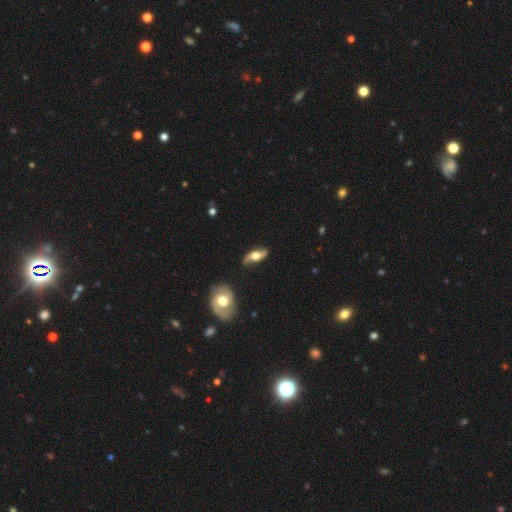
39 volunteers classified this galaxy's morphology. Smooth or featured: featured or disk — 82% (smooth — 13%)
Edge-on disk: no — 84% (yes — 16%)
Bar: no — 74% (weak — 19%)
Spiral arms: yes — 96% (no — 4%)
Spiral winding: loose — 65% (medium — 27%)
Spiral arm count: 2 — 88% (1 — 4%)
Bulge size: large — 48% (moderate — 37%)
Merging: none — 70% (minor disturbance — 30%)